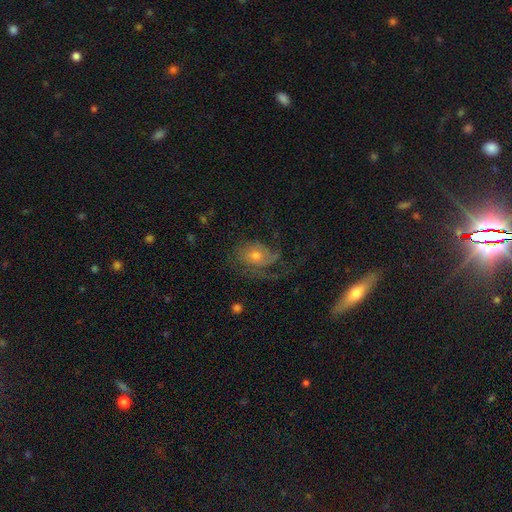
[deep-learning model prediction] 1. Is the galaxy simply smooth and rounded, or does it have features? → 69% featured or disk, 22% smooth, 9% star or artifact.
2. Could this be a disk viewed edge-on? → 96% no, 4% yes.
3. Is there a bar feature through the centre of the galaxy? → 78% no, 19% weak, 4% strong.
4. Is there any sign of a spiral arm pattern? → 86% yes, 14% no.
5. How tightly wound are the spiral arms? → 37% medium, 32% loose, 31% tight.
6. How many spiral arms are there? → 35% 1, 24% 2, 23% can't tell, 10% 3, 4% 4, 4% more than 4.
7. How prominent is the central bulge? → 46% moderate, 45% small, 4% large, 2% none, 1% dominant.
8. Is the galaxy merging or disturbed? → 49% none, 30% major disturbance, 19% minor disturbance, 2% merger.